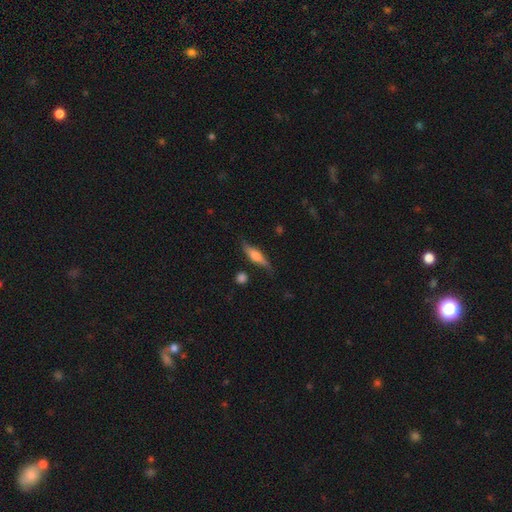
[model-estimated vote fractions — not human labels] Morphology: type=featured or disk (51%); edge-on=yes (91%); merging=none (75%).